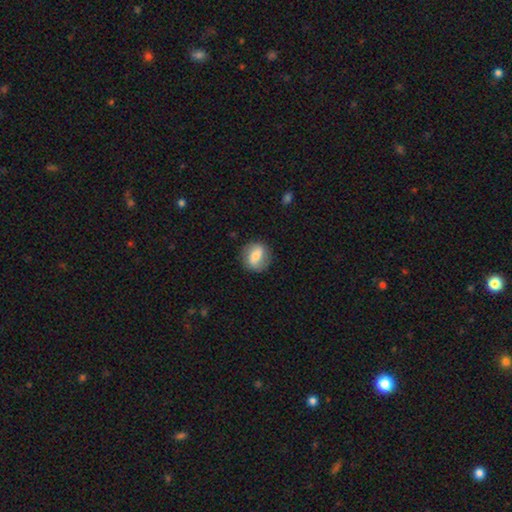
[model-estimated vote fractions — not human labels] Smooth or featured? smooth (62%)
How rounded? round (67%)
Merging? none (82%)